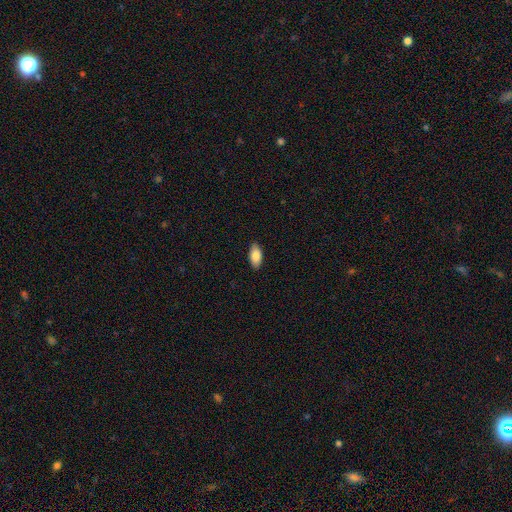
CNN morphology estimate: A smooth galaxy with no disk features (86%) that is in between round and cigar-shaped (92%). Merging: none (88%).